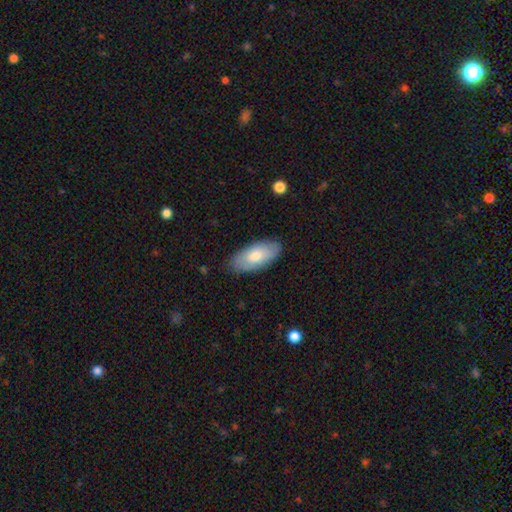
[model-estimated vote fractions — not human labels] Morphology: type=smooth (69%); roundness=in between (91%); merging=none (83%).